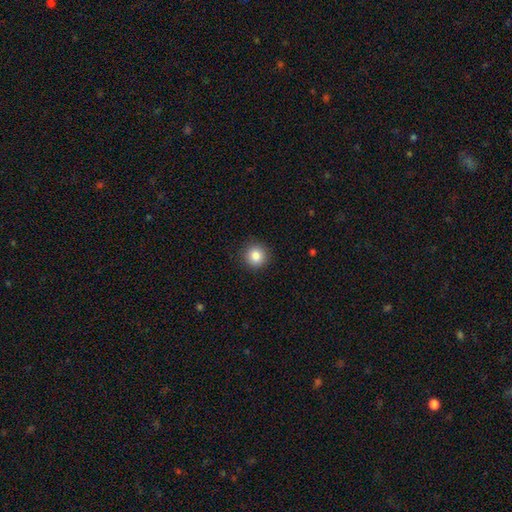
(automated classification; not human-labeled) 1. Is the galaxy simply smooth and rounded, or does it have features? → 85% smooth, 10% star or artifact, 5% featured or disk.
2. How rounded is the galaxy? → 94% round, 5% in between, 1% cigar-shaped.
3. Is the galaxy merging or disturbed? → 91% none, 6% minor disturbance, 2% major disturbance, 1% merger.